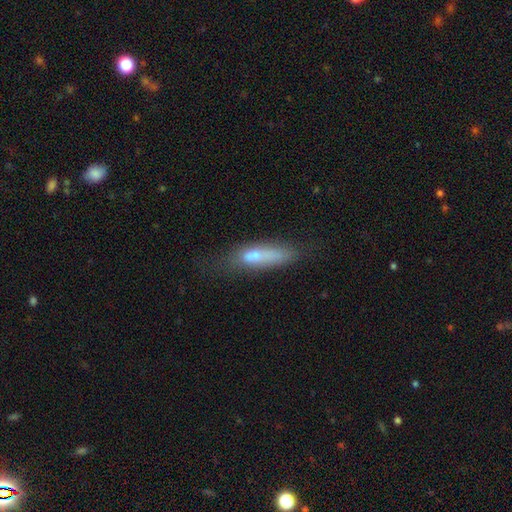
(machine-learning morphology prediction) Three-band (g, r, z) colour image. It shows a smooth galaxy with no disk features (59%) that is cigar-shaped (58%). Merging: none (43%).